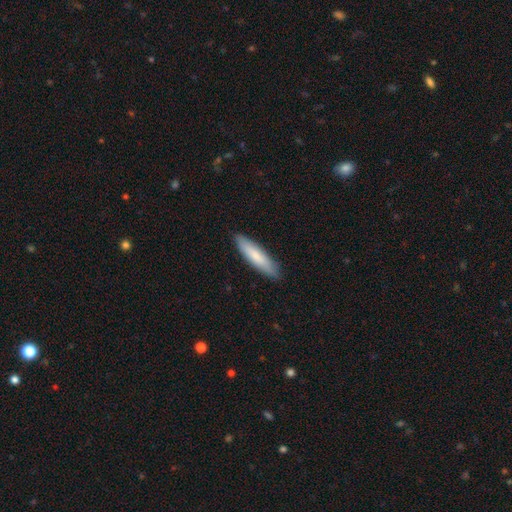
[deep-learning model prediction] Smooth or featured? smooth (79%)
How rounded? cigar-shaped (77%)
Merging? none (88%)